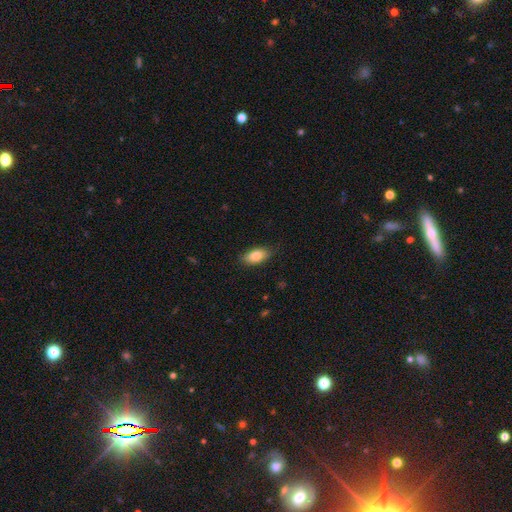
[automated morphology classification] This appears to be a smooth galaxy with no disk features (83%) that is in between round and cigar-shaped (89%). Merging: none (83%).